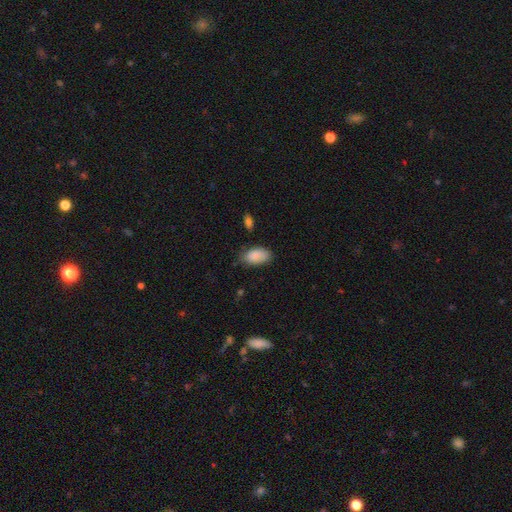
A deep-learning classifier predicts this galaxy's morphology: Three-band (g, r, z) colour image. It shows a smooth galaxy with no disk features (86%) that is in between round and cigar-shaped (94%). Merging: none (70%).